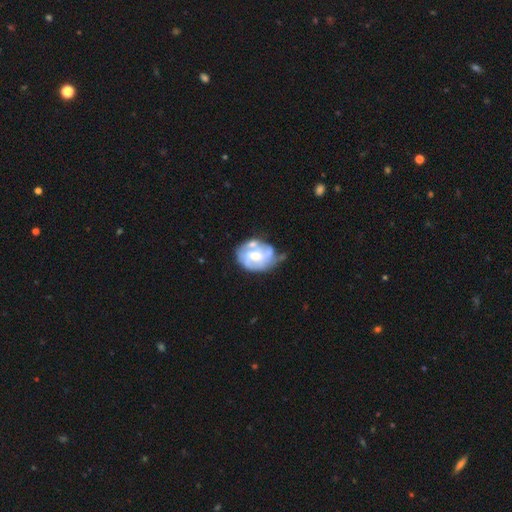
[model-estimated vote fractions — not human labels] smooth_or_featured: featured or disk (p=0.69) [alt: smooth p=0.25]
disk_edge_on: no (p=0.97) [alt: yes p=0.03]
bar: no (p=0.56) [alt: weak p=0.35]
has_spiral_arms: yes (p=0.62) [alt: no p=0.38]
bulge_size: moderate (p=0.62) [alt: small p=0.23]
merging: none (p=0.37) [alt: minor disturbance p=0.29]